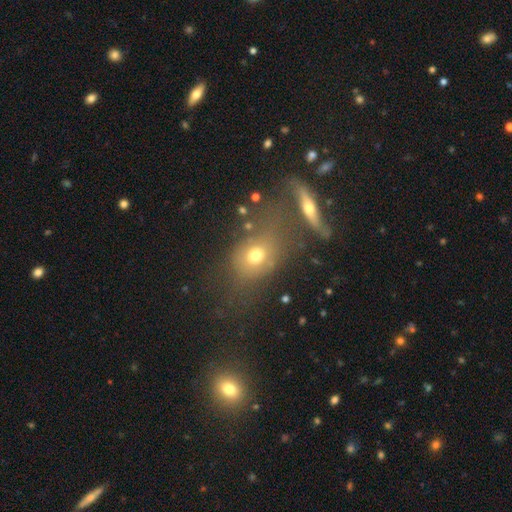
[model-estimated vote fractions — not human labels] Morphology: type=smooth (66%); roundness=in between (51%); merging=none (42%).